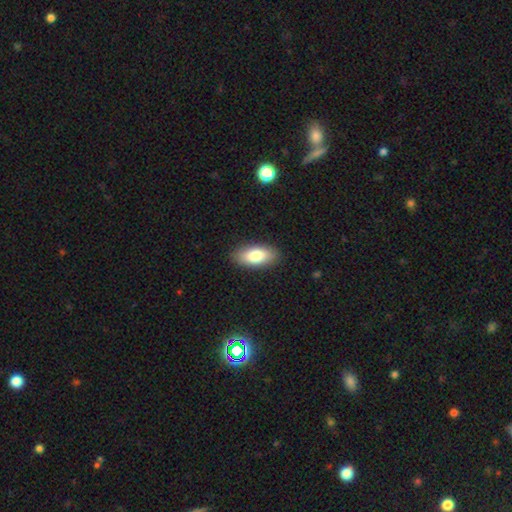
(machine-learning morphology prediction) Smooth or featured? Predicted: smooth (p=0.81). How rounded? Predicted: in between (p=0.88). Merging? Predicted: none (p=0.89).